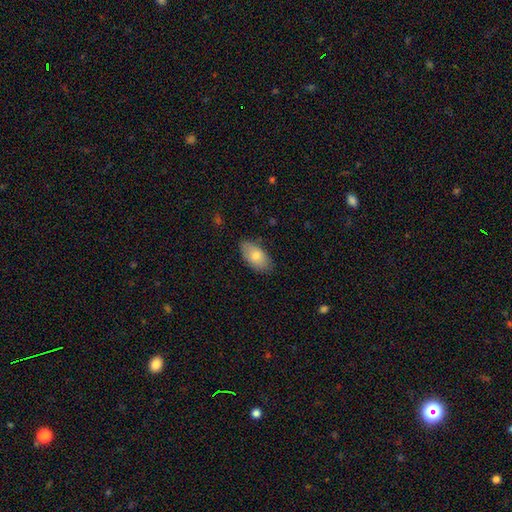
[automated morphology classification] A smooth galaxy with no disk features (79%) that is in between round and cigar-shaped (94%). Merging: none (80%).